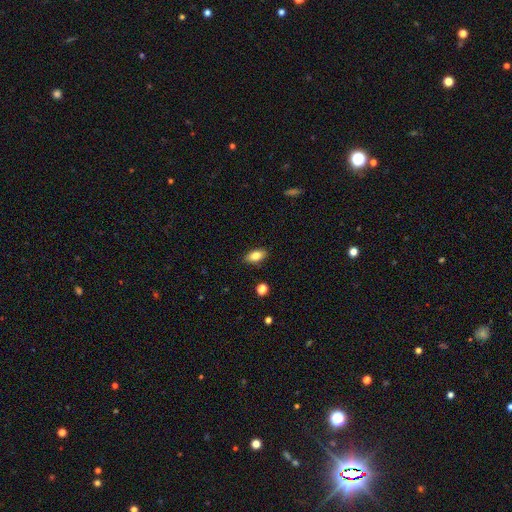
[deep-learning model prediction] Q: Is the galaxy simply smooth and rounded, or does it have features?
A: smooth — 82%.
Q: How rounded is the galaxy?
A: in between — 89%.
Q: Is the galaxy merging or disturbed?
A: none — 88%.